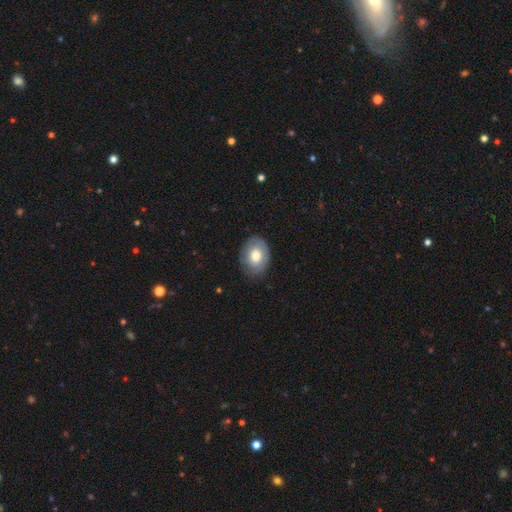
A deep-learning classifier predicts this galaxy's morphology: type=smooth (69%); roundness=in between (69%); merging=none (80%).